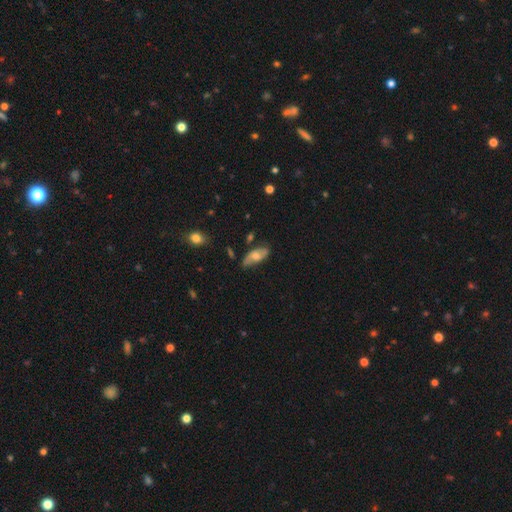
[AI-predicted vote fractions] smooth 48%, featured or disk 45%, star or artifact 7%. Down the decision tree: merging — none (64%).